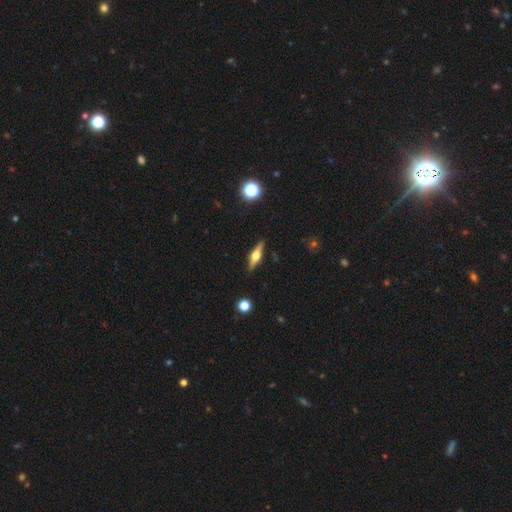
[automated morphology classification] This is likely a featured or disk galaxy (63%). It is clearly viewed edge-on (96%). Edge-on bulge: clearly rounded (93%). Merging: clearly none (89%).